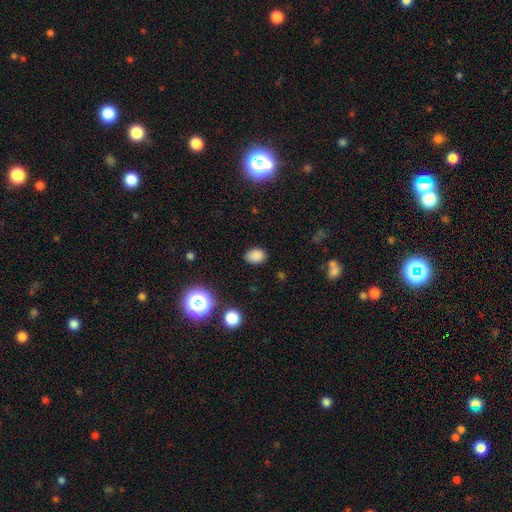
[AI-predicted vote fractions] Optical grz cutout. It shows a smooth galaxy with no disk features (83%) that is in between round and cigar-shaped (72%). Merging: none (85%).